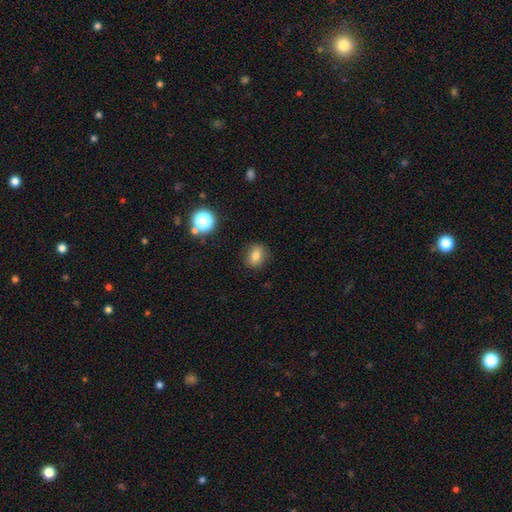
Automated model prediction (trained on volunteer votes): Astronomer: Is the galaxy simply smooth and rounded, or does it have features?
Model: smooth — 78%.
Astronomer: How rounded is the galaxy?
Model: round — 50% (runner-up: in between, 48%).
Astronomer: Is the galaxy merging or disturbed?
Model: none — 86%.